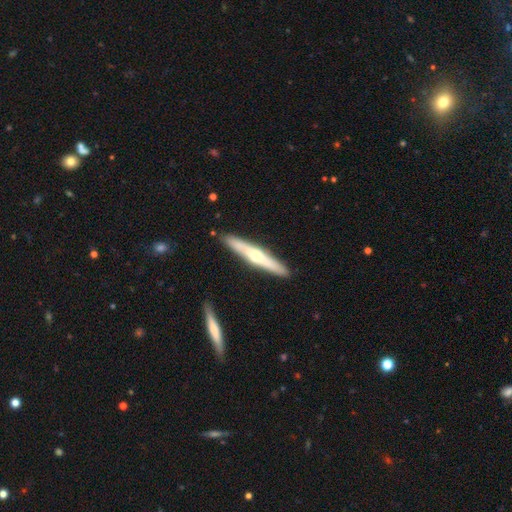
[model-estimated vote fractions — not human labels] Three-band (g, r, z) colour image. It shows a featured or disk galaxy (60%) viewed edge-on (93%) with a rounded central bulge (86%). Merging: none (88%).